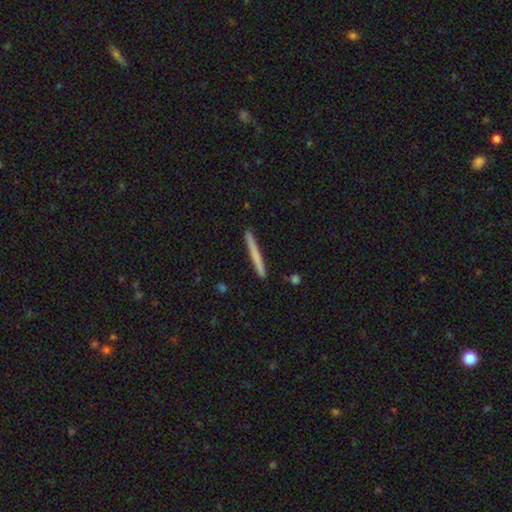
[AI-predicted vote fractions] Overall: smooth (65%; featured or disk 30%). How rounded: cigar-shaped (97%). Merging: none (92%).